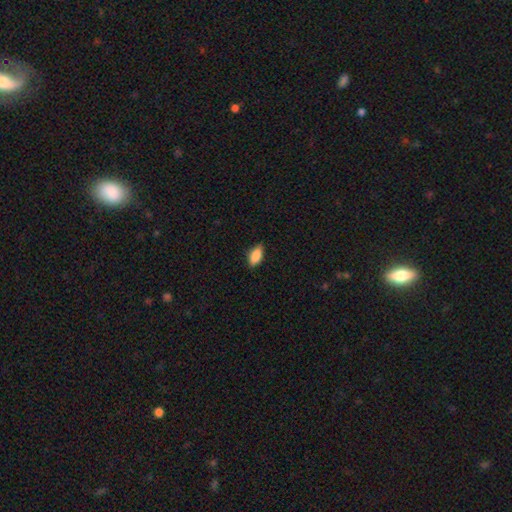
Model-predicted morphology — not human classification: Overall: smooth (85%). How rounded: in between (88%). Merging: none (86%).